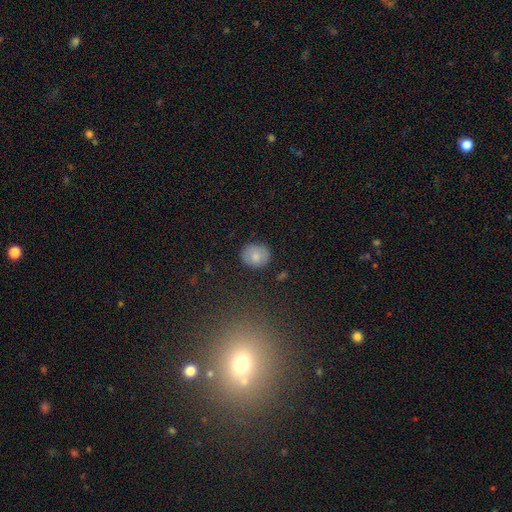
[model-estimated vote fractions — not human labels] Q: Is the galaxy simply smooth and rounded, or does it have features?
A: smooth — 80%.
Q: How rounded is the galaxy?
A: round — 71%.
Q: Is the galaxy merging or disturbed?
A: none — 85%.